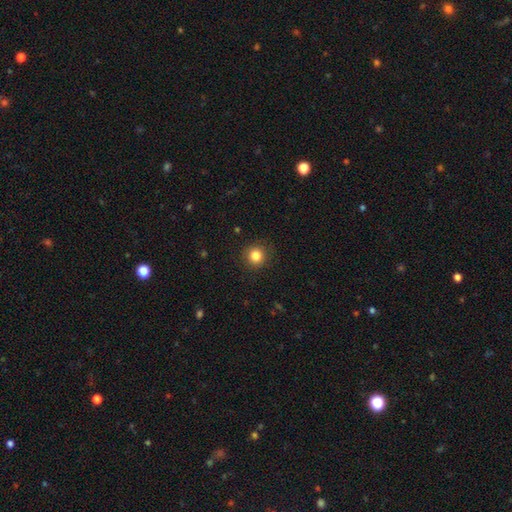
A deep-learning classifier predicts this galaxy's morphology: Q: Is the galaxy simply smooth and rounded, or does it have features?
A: smooth — 84%.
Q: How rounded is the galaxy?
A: round — 91%.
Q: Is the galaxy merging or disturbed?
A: none — 89%.